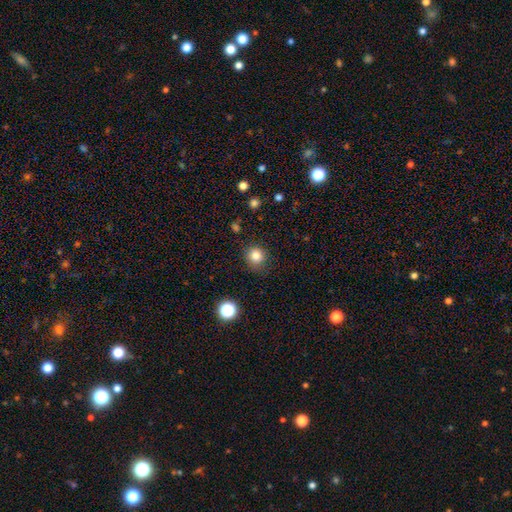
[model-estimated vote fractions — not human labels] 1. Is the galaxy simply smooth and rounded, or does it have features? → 83% smooth, 12% star or artifact, 5% featured or disk.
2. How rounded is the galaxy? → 89% round, 10% in between, 1% cigar-shaped.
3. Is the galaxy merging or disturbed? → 85% none, 11% minor disturbance, 3% major disturbance, 2% merger.